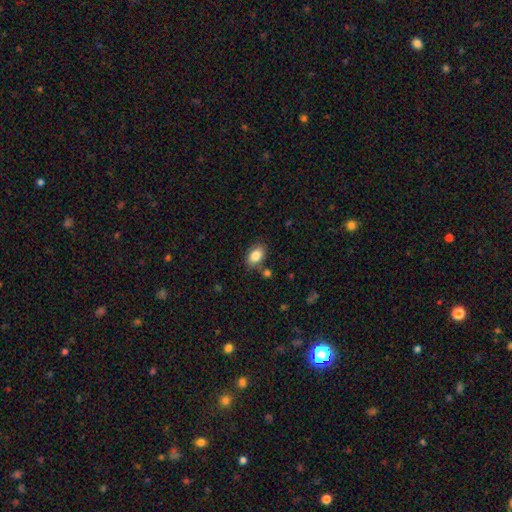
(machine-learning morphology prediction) smooth_or_featured: smooth (p=0.85) [alt: star or artifact p=0.08]
how_rounded: in between (p=0.87) [alt: round p=0.11]
merging: none (p=0.77) [alt: minor disturbance p=0.13]